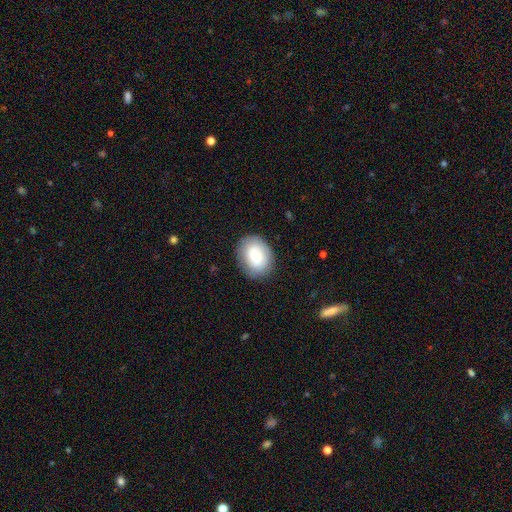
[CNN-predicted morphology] Overall: smooth (79%). How rounded: in between (56%; round 43%). Merging: none (83%).